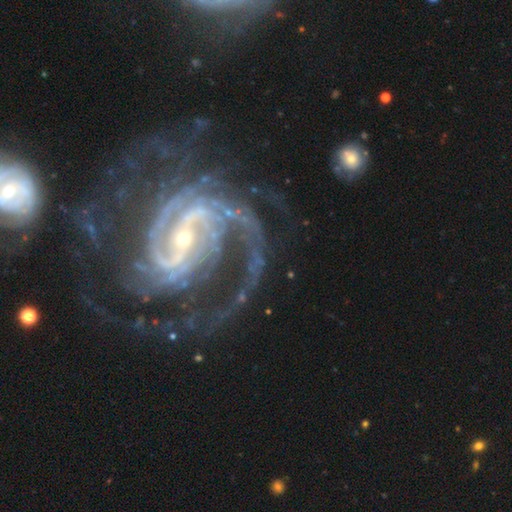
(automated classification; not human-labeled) Smooth or featured?
  - featured or disk: 91% *
  - star or artifact: 6%
  - smooth: 3%
Edge-on disk?
  - no: 98% *
  - yes: 2%
Bar?
  - strong: 55% *
  - weak: 33%
  - no: 12%
Spiral arms?
  - yes: 98% *
  - no: 2%
Spiral winding?
  - medium: 48% *
  - tight: 36%
  - loose: 15%
Spiral arm count?
  - 2: 48% *
  - 3: 18%
  - can't tell: 12%
  - 4: 8%
  - 1: 7%
  - more than 4: 7%
Bulge size?
  - small: 70% *
  - moderate: 25%
  - large: 2%
  - none: 2%
  - dominant: 1%
Merging?
  - none: 47% *
  - major disturbance: 25%
  - minor disturbance: 16%
  - merger: 12%